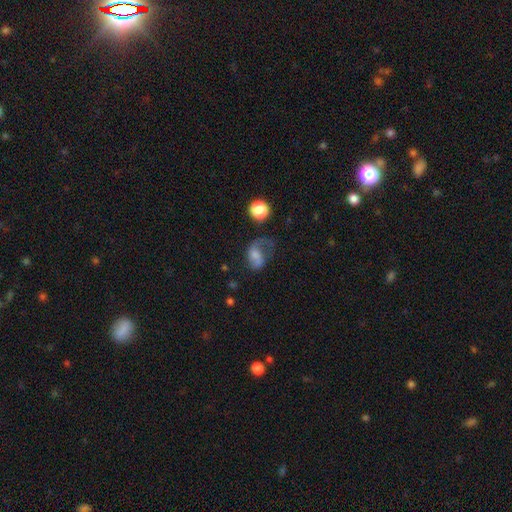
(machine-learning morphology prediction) Overall: smooth (50%; featured or disk 38%). How rounded: in between (72%). Merging: major disturbance (48%; none 26%).